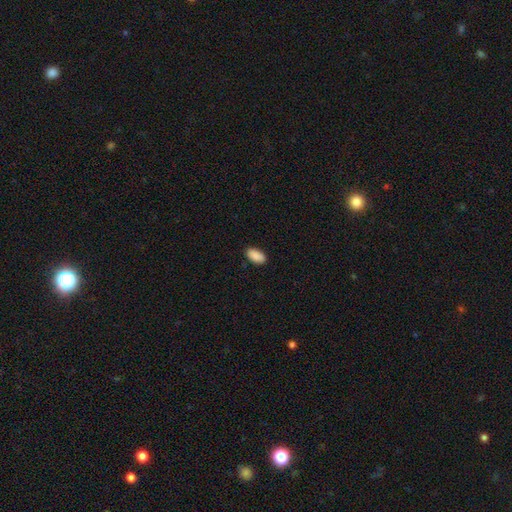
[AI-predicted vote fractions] Smooth or featured: smooth — 90% (star or artifact — 7%)
How rounded: in between — 95% (round — 3%)
Merging: none — 88% (minor disturbance — 9%)